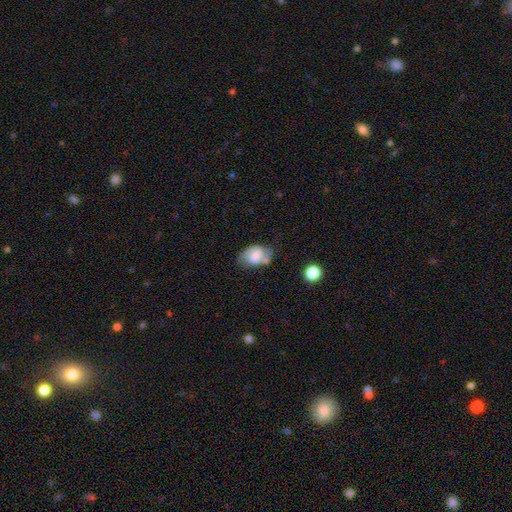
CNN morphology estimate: smooth-or-featured: featured or disk: 55% | smooth: 37% | star or artifact: 8%
  disk-edge-on: no: 97% | yes: 3%
    bar: weak: 45% | no: 38% | strong: 17%
    has-spiral-arms: yes: 85% | no: 15%
    bulge-size: small: 37% | moderate: 28% | none: 22% | large: 10% | dominant: 3%
  merging: none: 53% | minor disturbance: 28% | major disturbance: 11% | merger: 8%